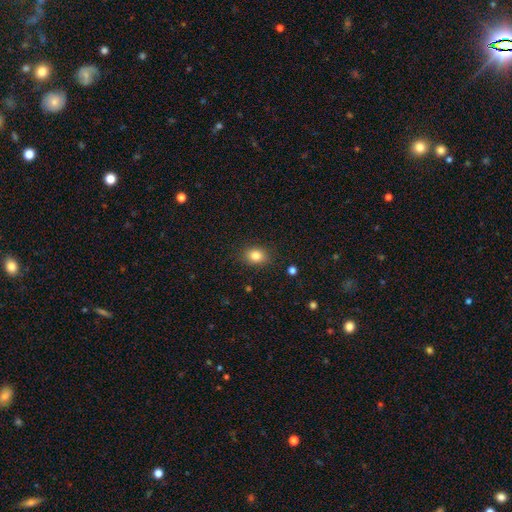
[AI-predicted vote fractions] A smooth galaxy with no disk features (83%) that is in between round and cigar-shaped (57%).

Vote fractions:
- Smooth or featured? smooth: 83% / star or artifact: 10% / featured or disk: 6%
- How rounded? in between: 57% / round: 42% / cigar-shaped: 1%
- Merging? none: 86% / minor disturbance: 10% / major disturbance: 3% / merger: 1%